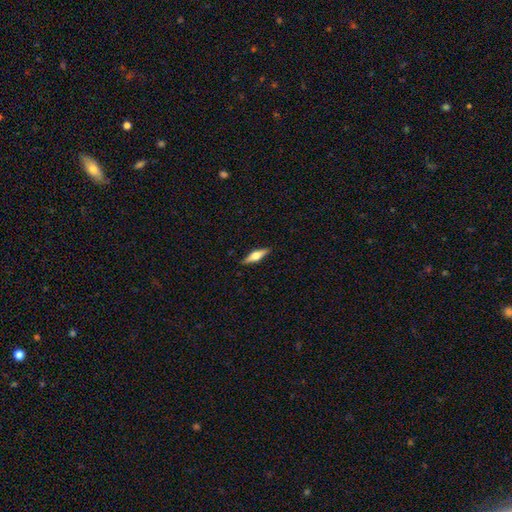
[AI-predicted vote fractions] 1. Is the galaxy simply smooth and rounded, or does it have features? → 58% featured or disk, 36% smooth, 6% star or artifact.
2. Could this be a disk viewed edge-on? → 96% yes, 4% no.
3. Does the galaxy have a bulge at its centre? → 92% rounded, 6% boxy, 2% none.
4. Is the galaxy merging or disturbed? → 90% none, 8% minor disturbance, 2% major disturbance, 1% merger.